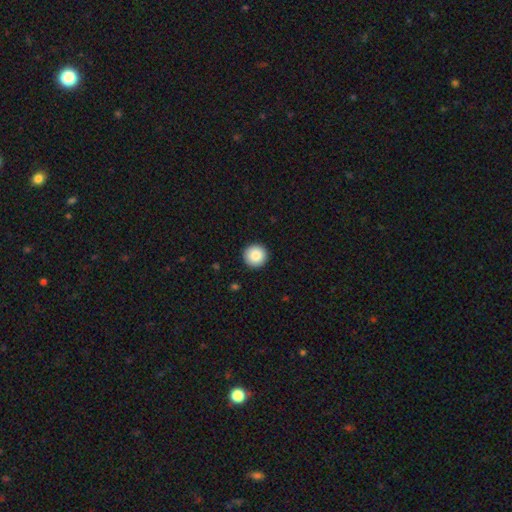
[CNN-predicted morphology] Smooth or featured? smooth (87%)
How rounded? round (97%)
Merging? none (93%)